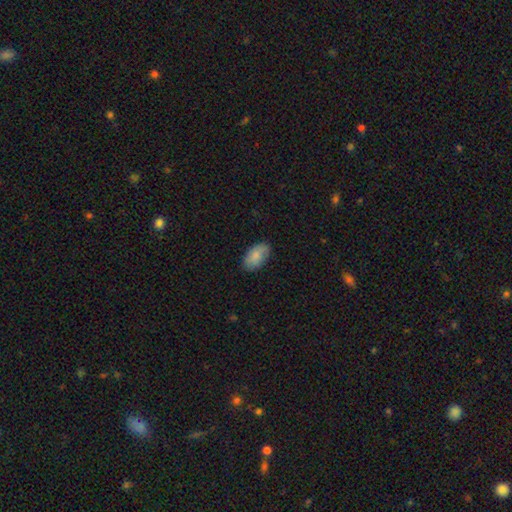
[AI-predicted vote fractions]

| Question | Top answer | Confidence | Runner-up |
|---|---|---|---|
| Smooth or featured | smooth | 83% | featured or disk (11%) |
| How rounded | in between | 94% | round (4%) |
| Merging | none | 83% | minor disturbance (13%) |